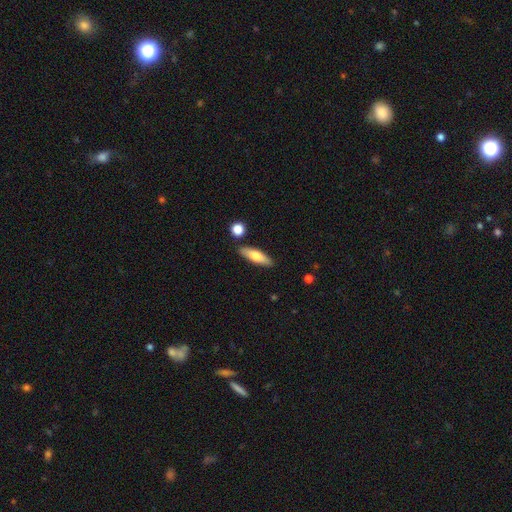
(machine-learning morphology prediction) smooth_or_featured: smooth (p=0.68) [alt: featured or disk p=0.26]
how_rounded: cigar-shaped (p=0.54) [alt: in between p=0.44]
merging: none (p=0.86) [alt: minor disturbance p=0.09]